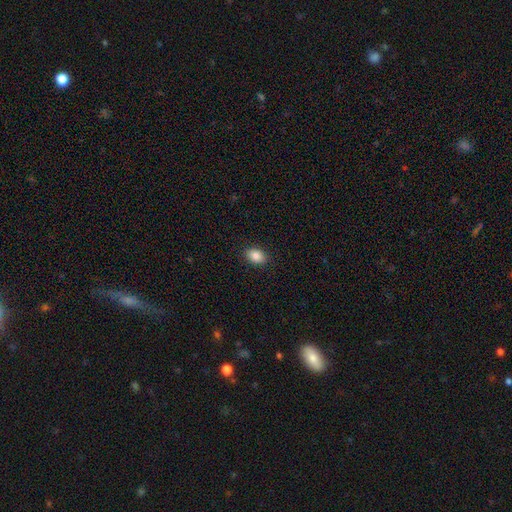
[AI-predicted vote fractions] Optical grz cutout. It shows a smooth galaxy with no disk features (87%) that is in between round and cigar-shaped (77%). Merging: none (89%).